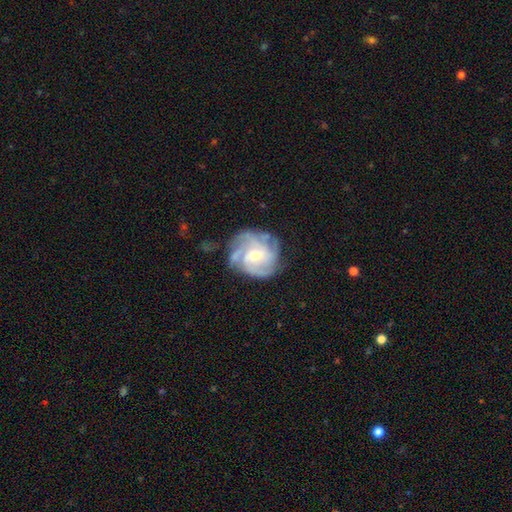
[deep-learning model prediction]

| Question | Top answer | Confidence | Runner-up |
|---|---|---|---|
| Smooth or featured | featured or disk | 83% | smooth (11%) |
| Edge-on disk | no | 98% | yes (2%) |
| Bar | no | 58% | weak (35%) |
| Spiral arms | yes | 94% | no (6%) |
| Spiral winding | tight | 55% | medium (36%) |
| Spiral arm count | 4 | 27% | 3 (26%) |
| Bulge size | small | 55% | moderate (40%) |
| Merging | none | 64% | minor disturbance (21%) |